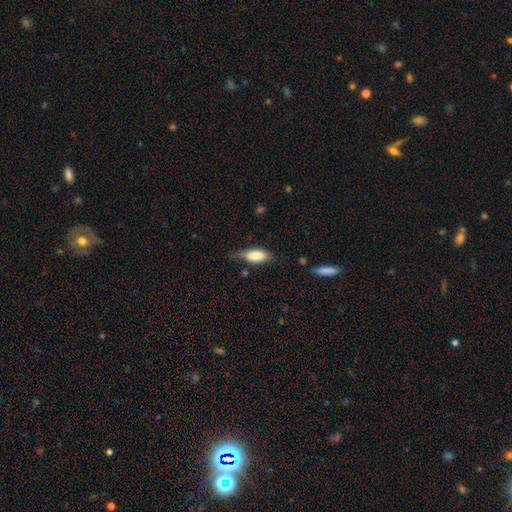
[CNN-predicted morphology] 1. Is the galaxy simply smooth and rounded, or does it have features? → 79% smooth, 14% featured or disk, 6% star or artifact.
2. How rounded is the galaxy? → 74% in between, 24% cigar-shaped, 2% round.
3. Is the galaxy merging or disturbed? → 54% none, 34% minor disturbance, 10% major disturbance, 3% merger.